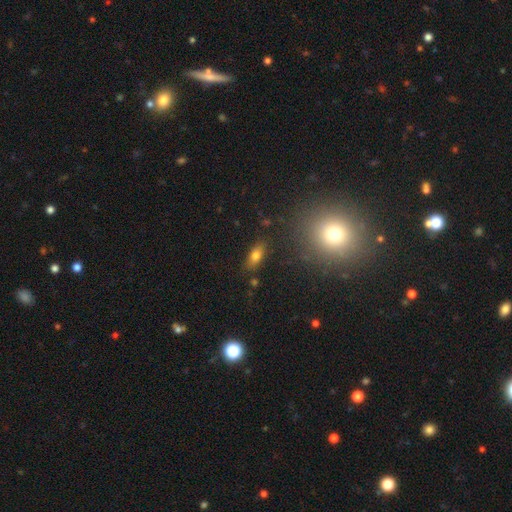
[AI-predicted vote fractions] smooth_or_featured: smooth (p=0.75) [alt: featured or disk p=0.14]
how_rounded: in between (p=0.82) [alt: cigar-shaped p=0.12]
merging: none (p=0.82) [alt: minor disturbance p=0.12]